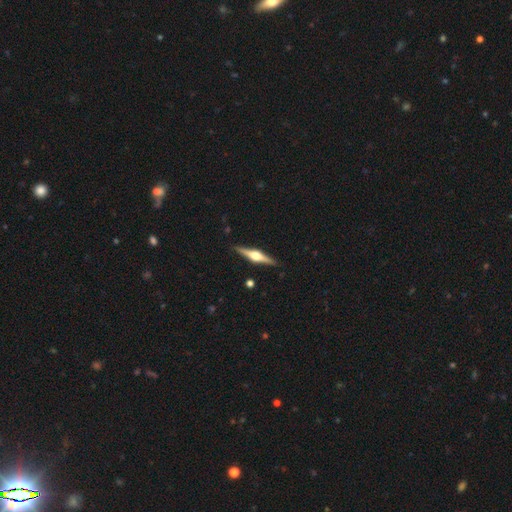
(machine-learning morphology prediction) smooth-or-featured: featured or disk: 79% | smooth: 16% | star or artifact: 5%
  disk-edge-on: yes: 98% | no: 2%
    edge-on-bulge: rounded: 94% | boxy: 4% | none: 2%
  merging: none: 91% | minor disturbance: 7% | major disturbance: 1% | merger: 1%